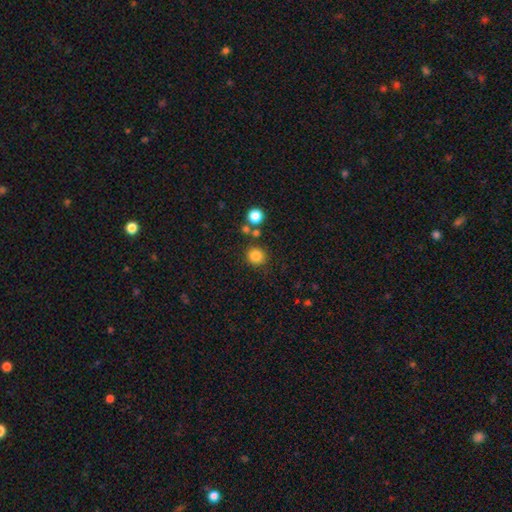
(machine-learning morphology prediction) smooth 84%, star or artifact 12%, featured or disk 4%. Down the decision tree: how rounded — round (90%); merging — none (82%).